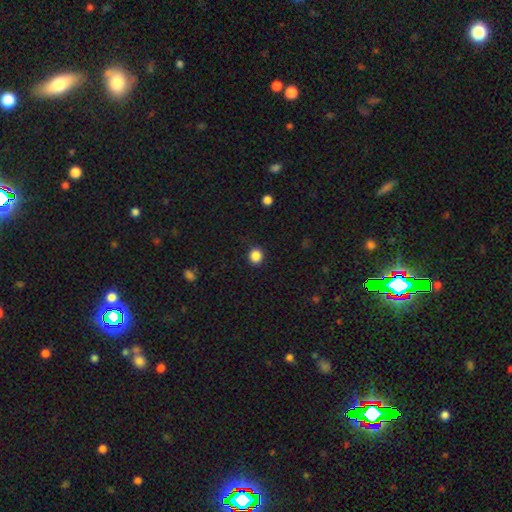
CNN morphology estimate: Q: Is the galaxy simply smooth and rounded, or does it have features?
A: smooth — 86%.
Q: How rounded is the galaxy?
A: round — 85%.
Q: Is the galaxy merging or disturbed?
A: none — 90%.